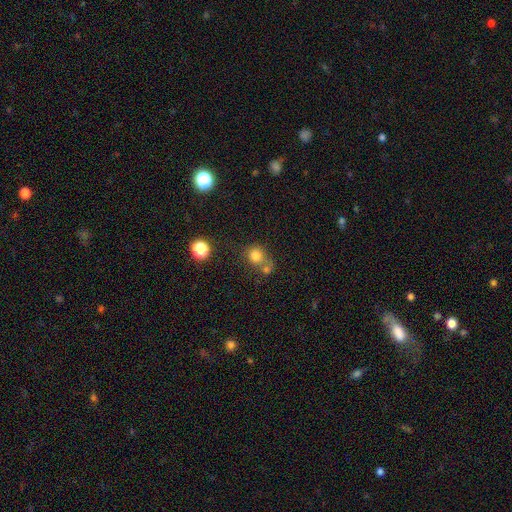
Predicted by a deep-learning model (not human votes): smooth_or_featured: smooth (p=0.78) [alt: star or artifact p=0.13]
how_rounded: round (p=0.80) [alt: in between p=0.19]
merging: none (p=0.47) [alt: merger p=0.36]